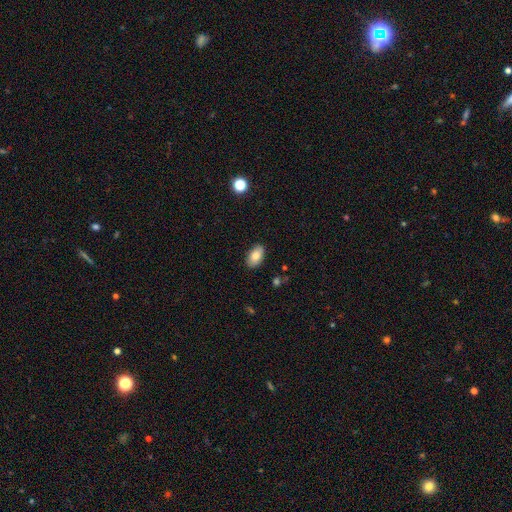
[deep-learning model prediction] This appears to be a smooth galaxy with no disk features (83%) that is in between round and cigar-shaped (93%). Merging: none (87%).